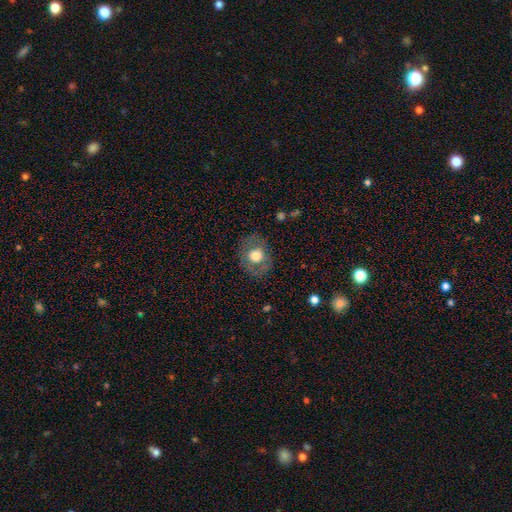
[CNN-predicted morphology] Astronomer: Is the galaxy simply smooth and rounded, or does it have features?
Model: smooth — 62%.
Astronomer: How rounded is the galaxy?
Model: round — 66%.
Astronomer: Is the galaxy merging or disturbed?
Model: none — 79%.